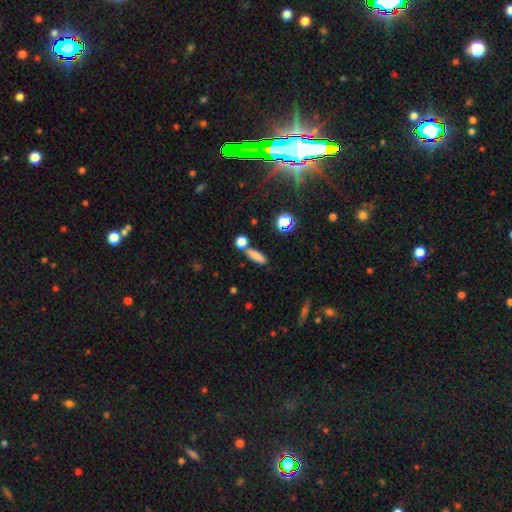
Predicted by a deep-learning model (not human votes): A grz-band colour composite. It shows a smooth galaxy with no disk features (78%) that is cigar-shaped (52%). Merging: none (68%).